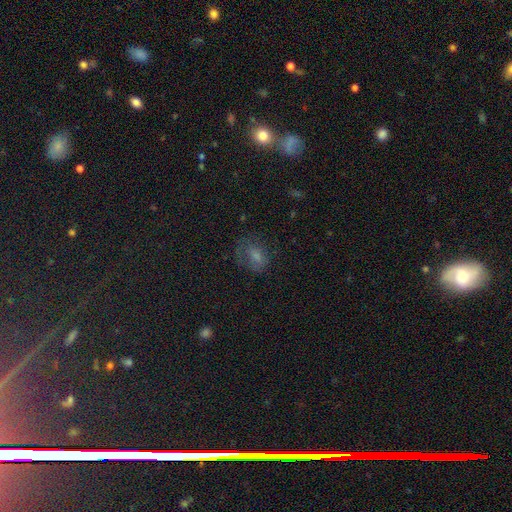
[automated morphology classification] smooth-or-featured: smooth: 62% | featured or disk: 21% | star or artifact: 17%
  how-rounded: in between: 69% | round: 29% | cigar-shaped: 2%
  merging: none: 51% | minor disturbance: 25% | major disturbance: 22% | merger: 2%